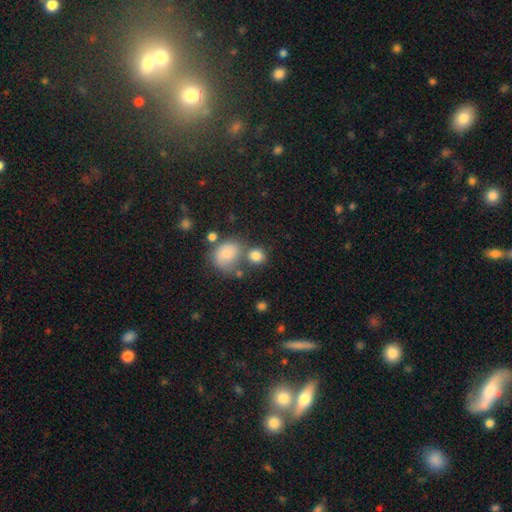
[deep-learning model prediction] Overall: smooth (82%). How rounded: round (77%). Merging: none (59%; merger 24%).